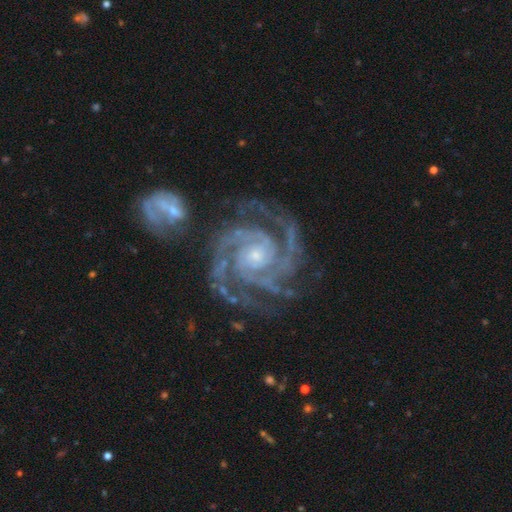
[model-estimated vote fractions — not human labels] Morphology: type=featured or disk (94%); edge-on=no (98%); bar=no (67%); spiral arms=yes (99%); winding=tight (70%); arm count=3 (36%); bulge=small (69%); merging=none (68%).